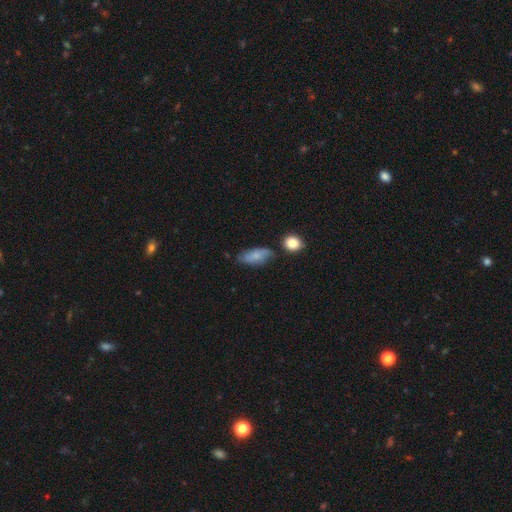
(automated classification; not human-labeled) Smooth or featured?
  - smooth: 67% *
  - featured or disk: 25%
  - star or artifact: 8%
How rounded?
  - in between: 85% *
  - cigar-shaped: 10%
  - round: 5%
Merging?
  - none: 63% *
  - minor disturbance: 26%
  - major disturbance: 6%
  - merger: 5%